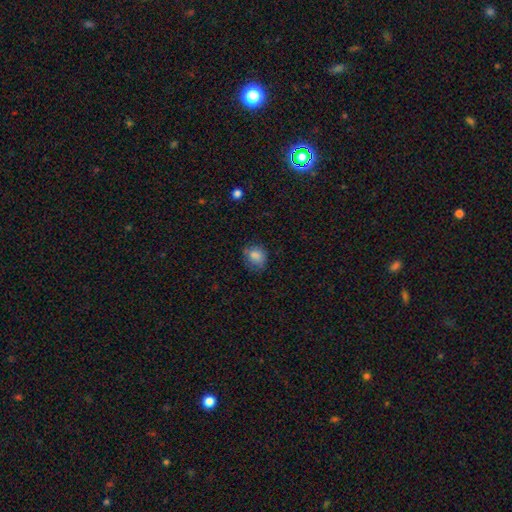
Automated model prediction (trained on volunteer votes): Morphology: type=smooth (82%); roundness=round (60%); merging=none (64%).